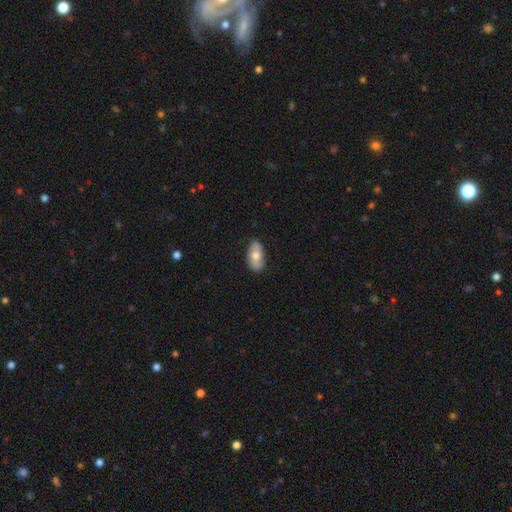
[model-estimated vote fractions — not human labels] smooth-or-featured: smooth: 61% | featured or disk: 33% | star or artifact: 6%
  how-rounded: in between: 92% | round: 4% | cigar-shaped: 4%
  merging: none: 79% | minor disturbance: 16% | major disturbance: 3% | merger: 1%